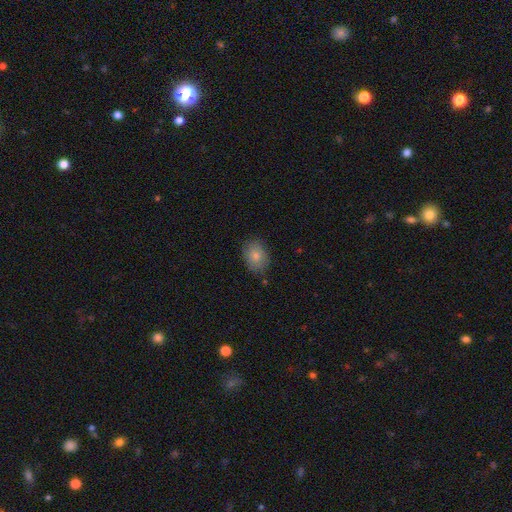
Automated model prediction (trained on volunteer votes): Q: Smooth or featured?
A: smooth (81%); runner-up: featured or disk (11%)
Q: How rounded?
A: in between (69%); runner-up: round (30%)
Q: Merging?
A: none (79%); runner-up: minor disturbance (16%)